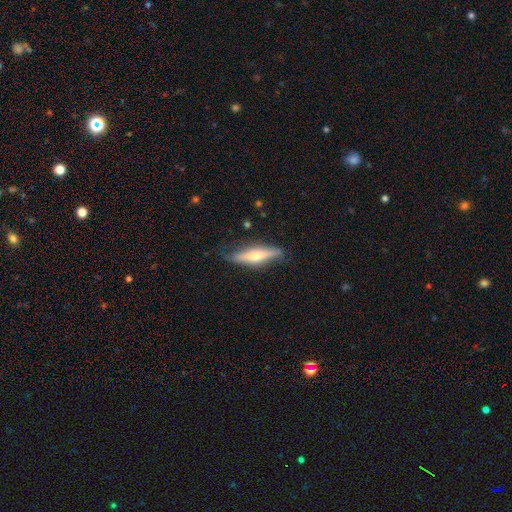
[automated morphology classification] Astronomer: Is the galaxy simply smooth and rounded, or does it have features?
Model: featured or disk — 54% (runner-up: smooth, 40%).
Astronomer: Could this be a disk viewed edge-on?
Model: yes — 92%.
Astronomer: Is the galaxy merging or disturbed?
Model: none — 79%.